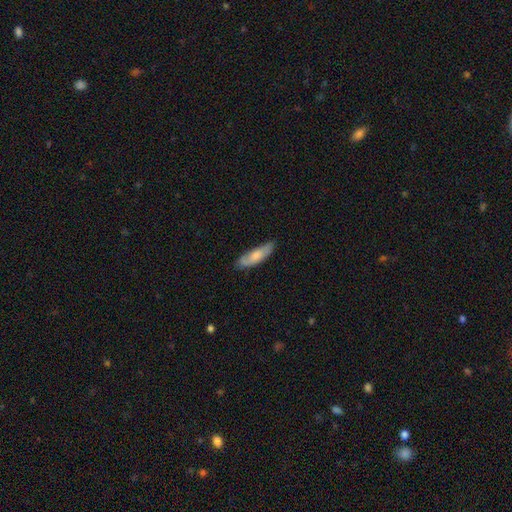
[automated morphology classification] A smooth galaxy with no disk features (71%) that is cigar-shaped (52%).

Vote fractions:
- Smooth or featured? smooth: 71% / featured or disk: 23% / star or artifact: 6%
- How rounded? cigar-shaped: 52% / in between: 46% / round: 2%
- Merging? none: 70% / minor disturbance: 23% / major disturbance: 4% / merger: 2%